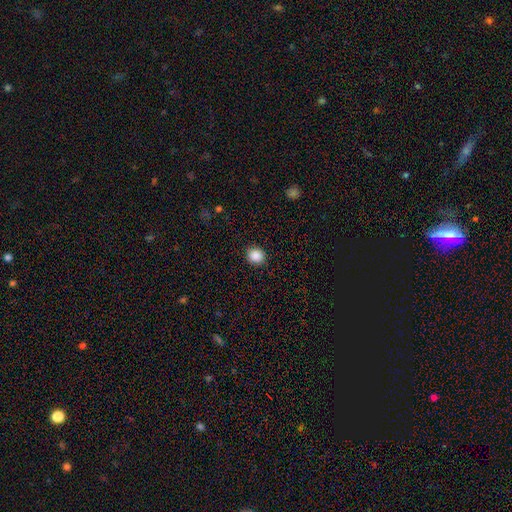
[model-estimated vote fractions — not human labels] This appears to be a smooth galaxy with no disk features (88%) that is round (84%). Merging: none (90%).